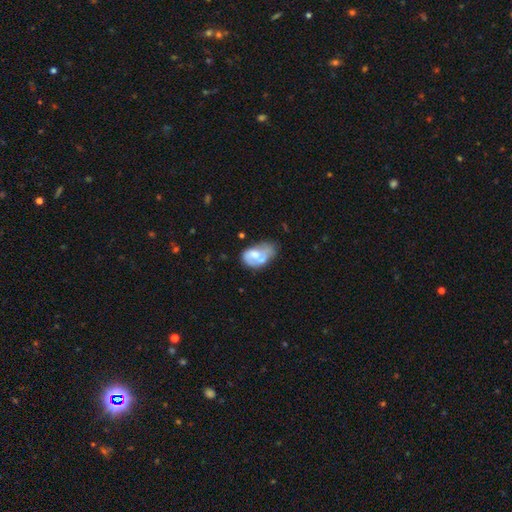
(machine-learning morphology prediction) A smooth galaxy with no disk features (52%) that is in between round and cigar-shaped (87%). Merging: minor disturbance (34%).